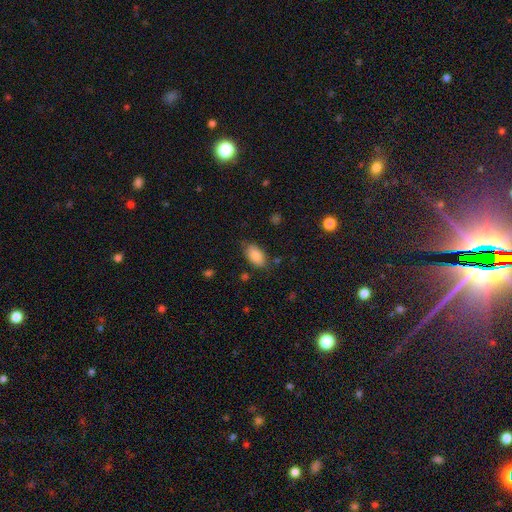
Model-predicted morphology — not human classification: Smooth or featured?
  - smooth: 85% *
  - featured or disk: 8%
  - star or artifact: 7%
How rounded?
  - in between: 93% *
  - round: 4%
  - cigar-shaped: 3%
Merging?
  - none: 78% *
  - minor disturbance: 16%
  - major disturbance: 4%
  - merger: 2%